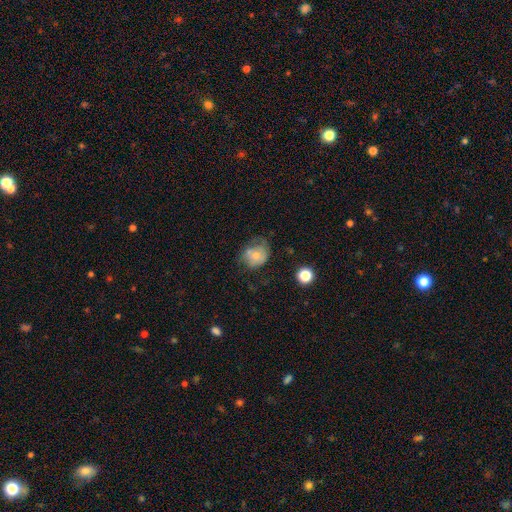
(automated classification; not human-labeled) smooth-or-featured: smooth: 61% | featured or disk: 29% | star or artifact: 10%
  how-rounded: round: 59% | in between: 40% | cigar-shaped: 1%
  merging: none: 40% | minor disturbance: 30% | major disturbance: 20% | merger: 10%